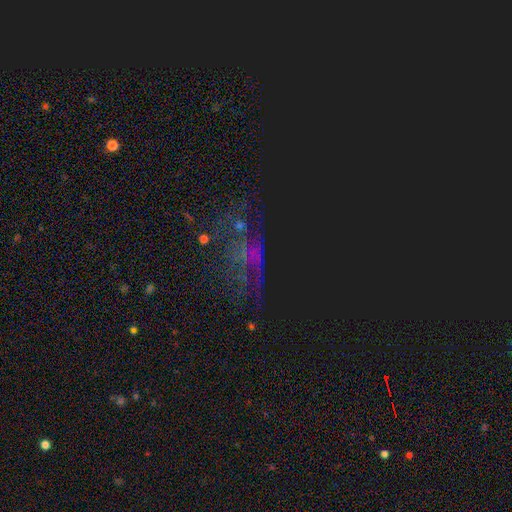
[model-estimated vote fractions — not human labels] A star or artifact, not a galaxy (61%).